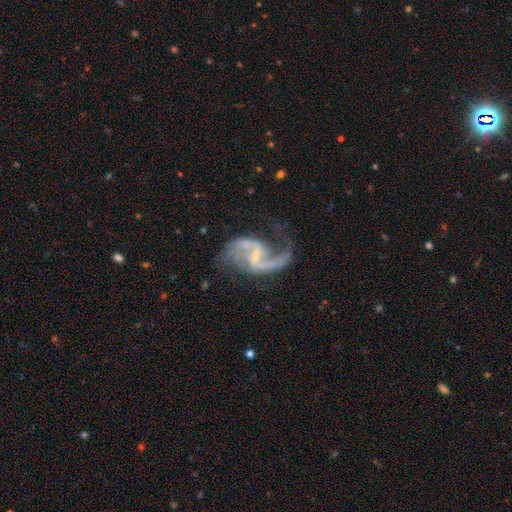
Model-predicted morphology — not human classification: Overall: featured or disk (91%). Edge-on disk: no (98%). Bar: weak (50%; no 26%). Spiral arms: yes (97%). Spiral arm count: 2 (89%). Spiral winding: loose (62%; medium 32%). Bulge size: small (70%). Merging: none (62%).